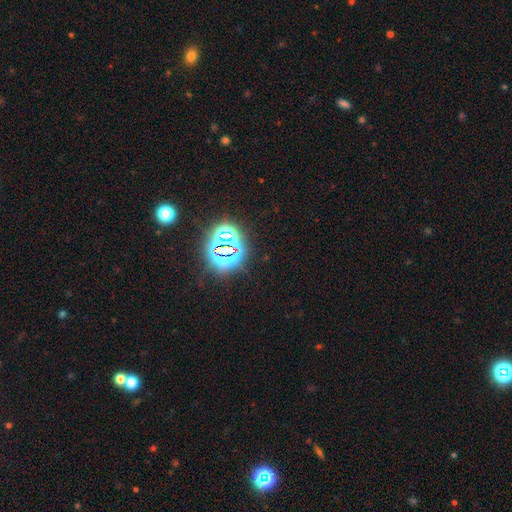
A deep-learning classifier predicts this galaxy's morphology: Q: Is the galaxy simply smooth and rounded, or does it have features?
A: star or artifact — 75%.